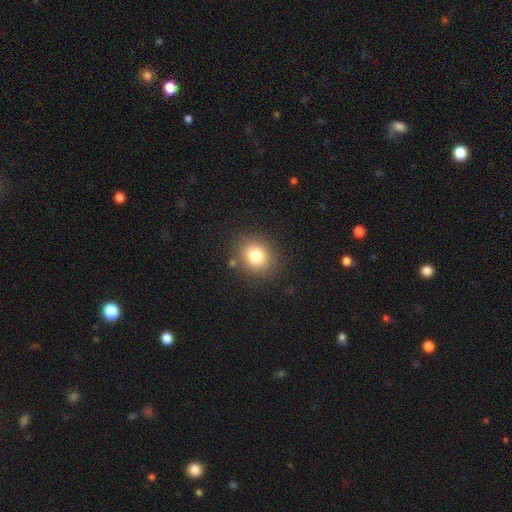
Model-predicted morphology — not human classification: A smooth galaxy with no disk features (80%) that is round (73%). Merging: none (85%).